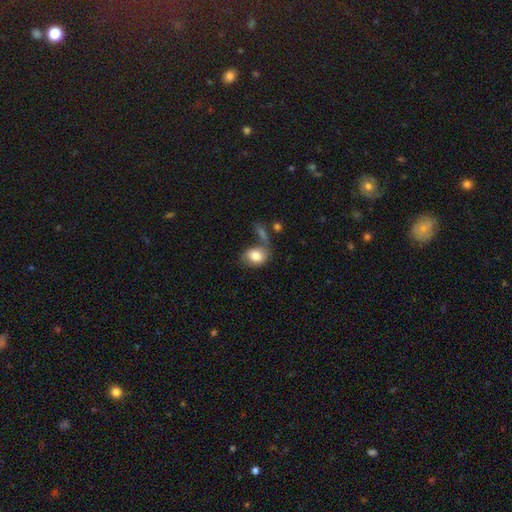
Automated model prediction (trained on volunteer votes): Smooth or featured?
  - smooth: 79% *
  - featured or disk: 13%
  - star or artifact: 7%
How rounded?
  - in between: 69% *
  - round: 30%
  - cigar-shaped: 1%
Merging?
  - none: 44% *
  - merger: 21%
  - minor disturbance: 21%
  - major disturbance: 14%